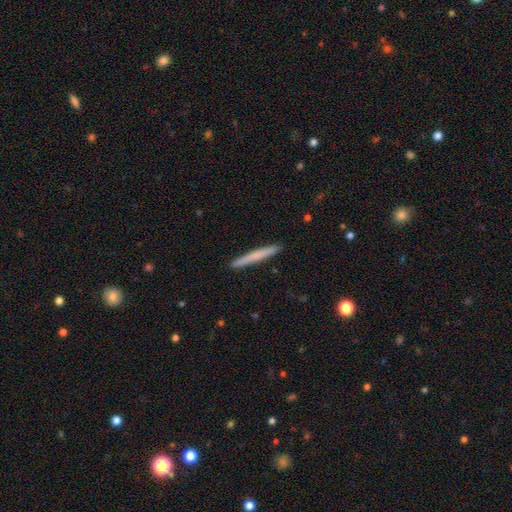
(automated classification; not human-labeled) The model was most divided on "smooth or featured": smooth: 62%, featured or disk: 33%, star or artifact: 5%. More confident: how rounded — cigar-shaped (97%); merging — none (93%).